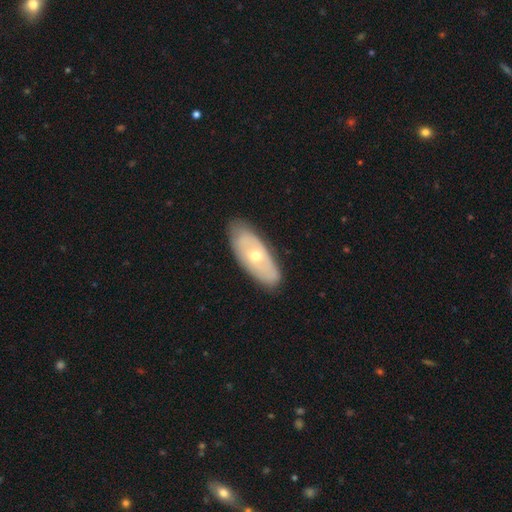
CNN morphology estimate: smooth_or_featured: featured or disk (p=0.52) [alt: smooth p=0.42]
disk_edge_on: no (p=0.80) [alt: yes p=0.20]
merging: none (p=0.82) [alt: minor disturbance p=0.14]